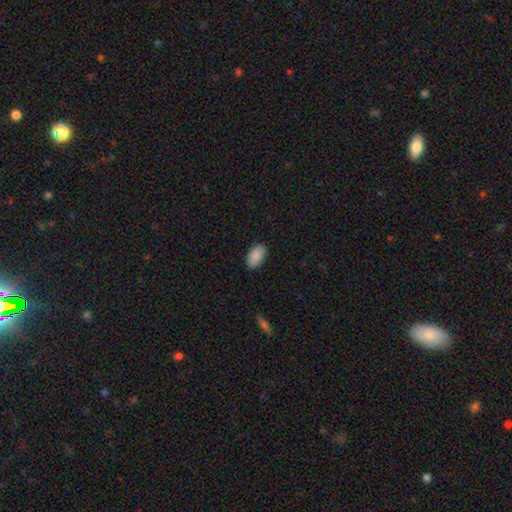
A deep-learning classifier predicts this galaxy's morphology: A smooth galaxy with no disk features (89%) that is in between round and cigar-shaped (95%).

Vote fractions:
- Smooth or featured? smooth: 89% / star or artifact: 6% / featured or disk: 5%
- How rounded? in between: 95% / round: 3% / cigar-shaped: 2%
- Merging? none: 87% / minor disturbance: 10% / major disturbance: 2% / merger: 1%